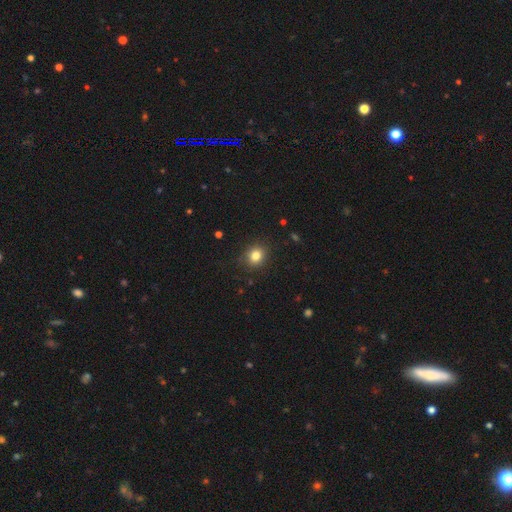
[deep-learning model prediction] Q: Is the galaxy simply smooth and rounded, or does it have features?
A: smooth — 82%.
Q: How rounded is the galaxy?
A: round — 74%.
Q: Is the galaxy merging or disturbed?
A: none — 88%.